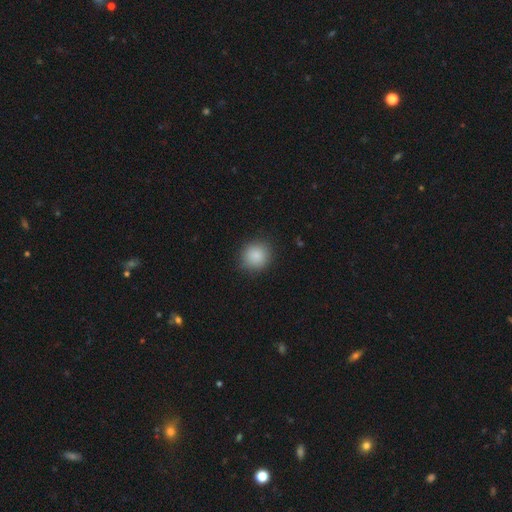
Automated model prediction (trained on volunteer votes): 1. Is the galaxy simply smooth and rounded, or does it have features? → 87% smooth, 9% star or artifact, 4% featured or disk.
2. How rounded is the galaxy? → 89% round, 10% in between, 1% cigar-shaped.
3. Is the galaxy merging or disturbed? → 88% none, 9% minor disturbance, 3% major disturbance, 1% merger.